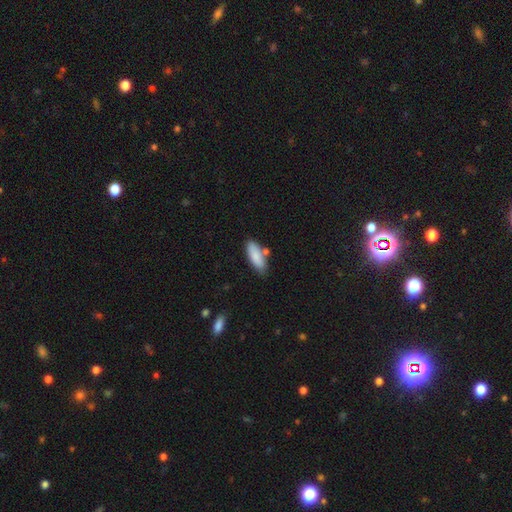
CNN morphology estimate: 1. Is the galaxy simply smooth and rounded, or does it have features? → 86% smooth, 8% featured or disk, 6% star or artifact.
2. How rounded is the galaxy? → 65% in between, 33% cigar-shaped, 2% round.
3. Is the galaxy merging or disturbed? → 70% none, 17% minor disturbance, 10% merger, 3% major disturbance.